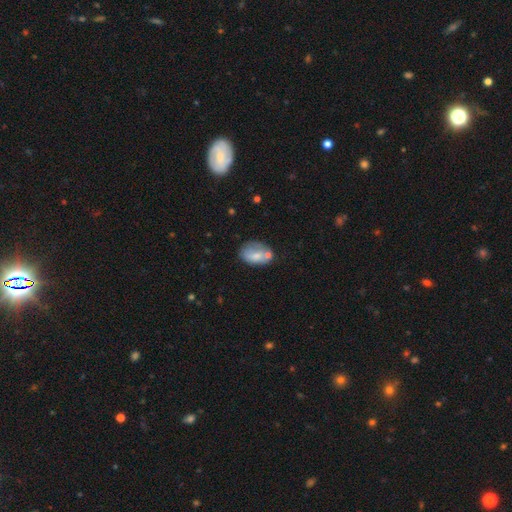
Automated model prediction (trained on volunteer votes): Smooth or featured?
  - smooth: 68% *
  - featured or disk: 24%
  - star or artifact: 8%
How rounded?
  - in between: 83% *
  - round: 15%
  - cigar-shaped: 2%
Merging?
  - none: 44% *
  - minor disturbance: 24%
  - merger: 21%
  - major disturbance: 10%